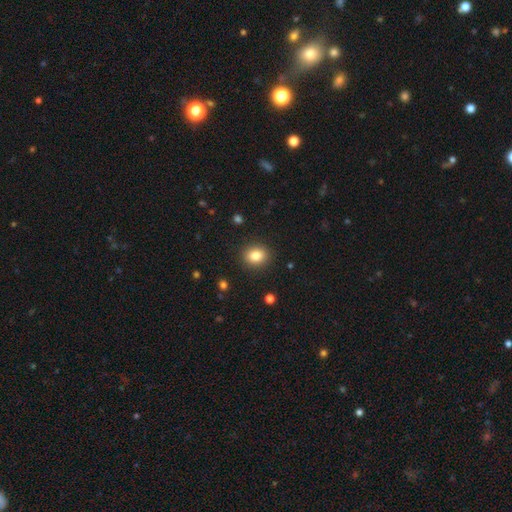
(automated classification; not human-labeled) This appears to be a smooth galaxy with no disk features (83%) that is round (65%). Merging: none (90%).